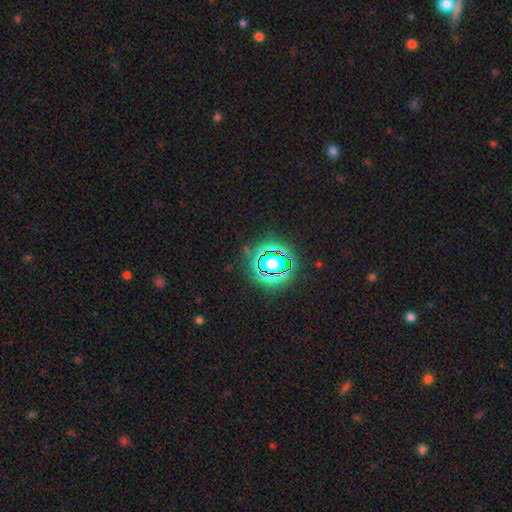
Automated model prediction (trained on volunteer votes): Morphology: type=star or artifact (77%).